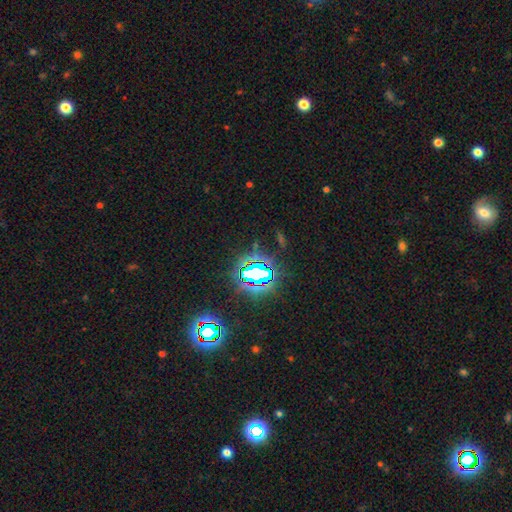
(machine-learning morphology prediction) type=star or artifact (82%).